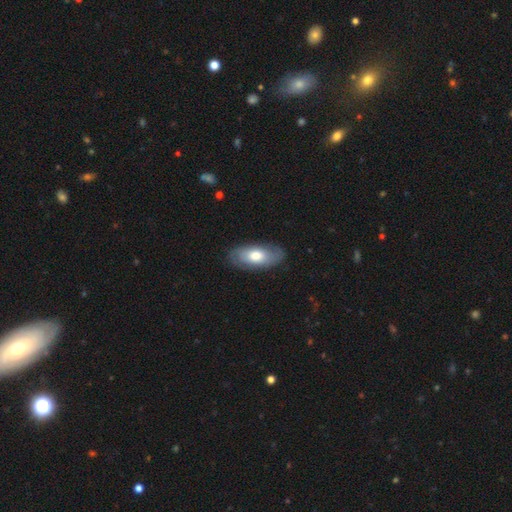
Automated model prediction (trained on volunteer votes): The model was most divided on "smooth or featured": smooth: 65%, featured or disk: 30%, star or artifact: 5%. More confident: how rounded — in between (90%); merging — none (83%).